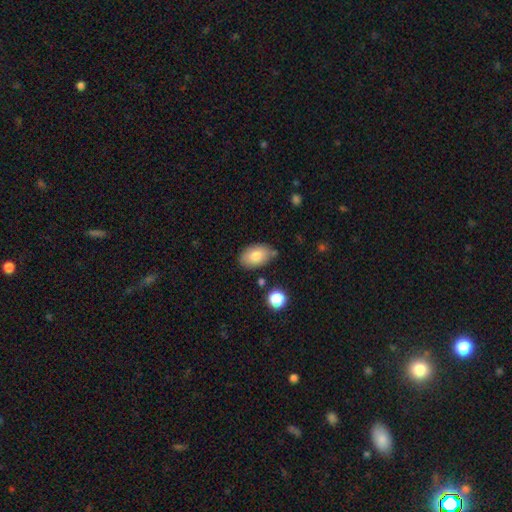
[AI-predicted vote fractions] This appears to be a smooth galaxy with no disk features (81%) that is in between round and cigar-shaped (91%). Merging: none (74%).